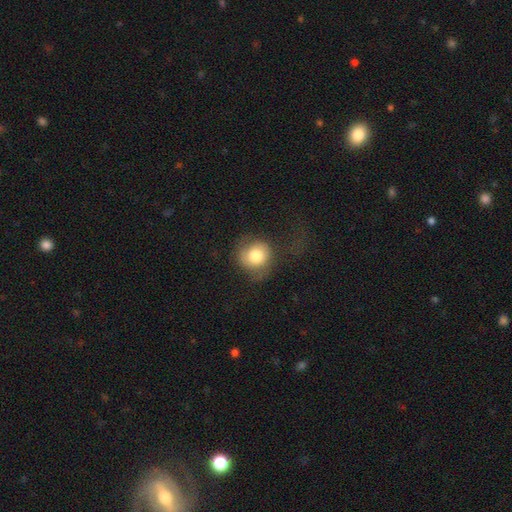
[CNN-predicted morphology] Smooth or featured?
  - smooth: 76% *
  - featured or disk: 15%
  - star or artifact: 9%
How rounded?
  - round: 82% *
  - in between: 17%
  - cigar-shaped: 1%
Merging?
  - none: 50% *
  - major disturbance: 25%
  - minor disturbance: 23%
  - merger: 2%